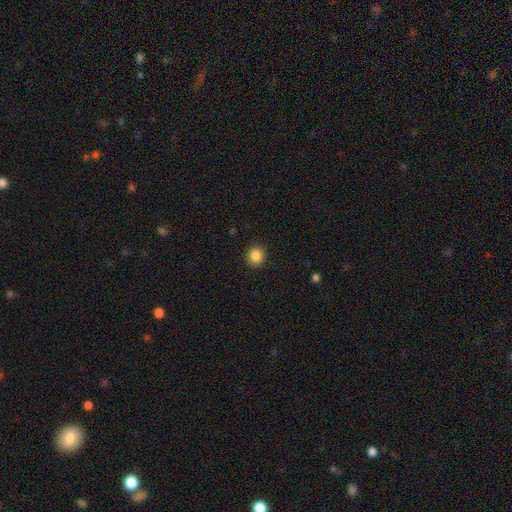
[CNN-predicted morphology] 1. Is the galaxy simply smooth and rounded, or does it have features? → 86% smooth, 10% star or artifact, 4% featured or disk.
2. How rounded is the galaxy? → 88% round, 11% in between, 1% cigar-shaped.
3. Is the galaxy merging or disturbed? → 92% none, 5% minor disturbance, 2% major disturbance, 1% merger.